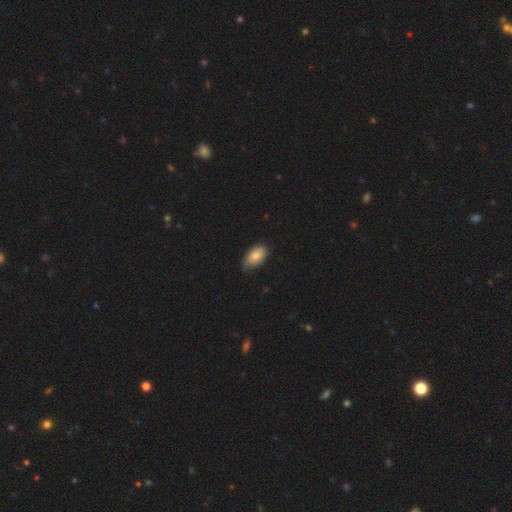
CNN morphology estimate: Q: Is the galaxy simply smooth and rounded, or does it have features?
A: smooth — 82%.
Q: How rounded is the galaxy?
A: in between — 93%.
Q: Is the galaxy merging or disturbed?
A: none — 69%.